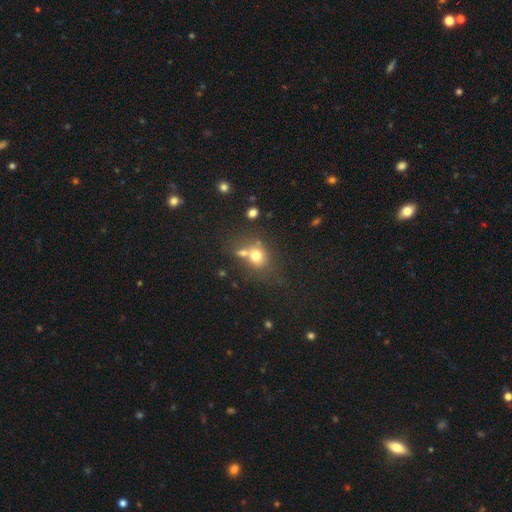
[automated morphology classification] Smooth or featured? smooth (72%)
How rounded? round (70%)
Merging? none (42%)